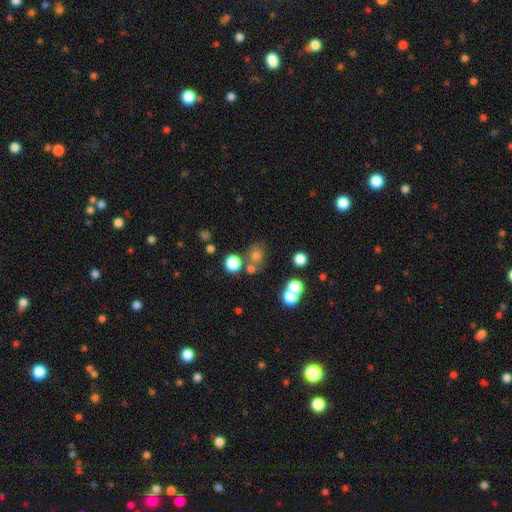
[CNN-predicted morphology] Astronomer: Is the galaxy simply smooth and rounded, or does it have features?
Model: smooth — 70%.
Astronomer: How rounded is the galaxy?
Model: round — 76%.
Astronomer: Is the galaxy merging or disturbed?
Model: none — 62%.